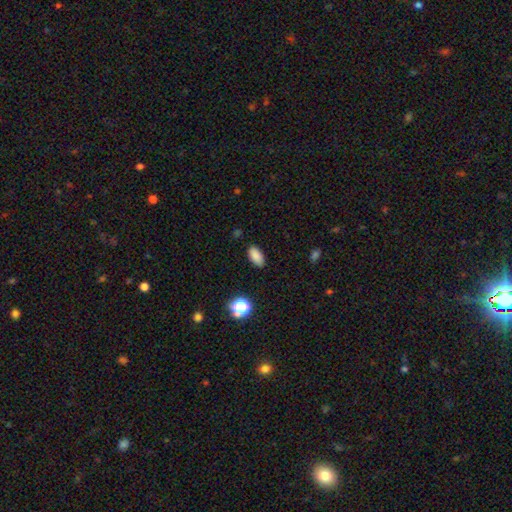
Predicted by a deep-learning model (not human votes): Q: Smooth or featured?
A: smooth (84%); runner-up: star or artifact (11%)
Q: How rounded?
A: in between (91%); runner-up: cigar-shaped (5%)
Q: Merging?
A: none (87%); runner-up: minor disturbance (9%)